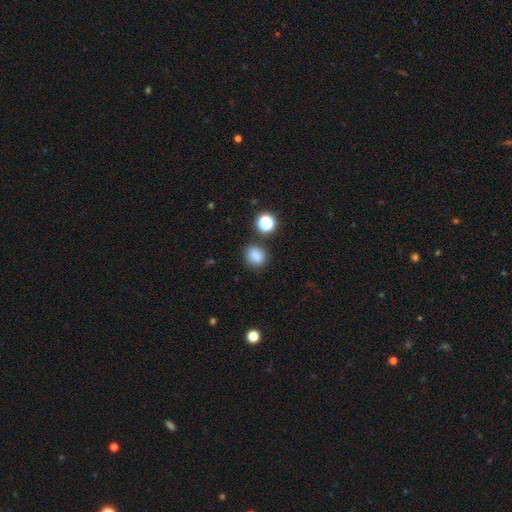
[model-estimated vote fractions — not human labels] This appears to be a smooth galaxy with no disk features (83%) that is round (62%). Merging: none (80%).